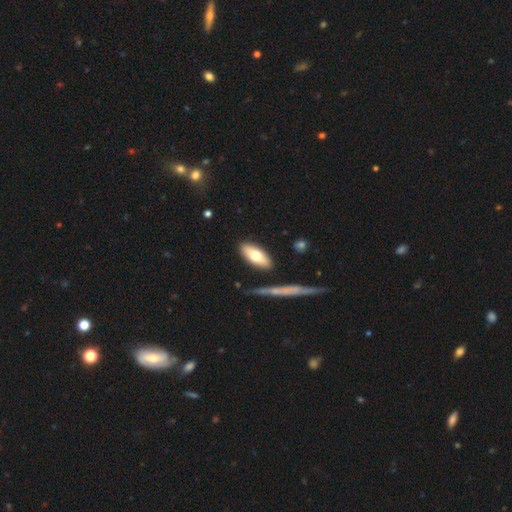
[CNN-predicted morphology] smooth 69%, featured or disk 25%, star or artifact 6%. Down the decision tree: how rounded — in between (81%); merging — none (82%).